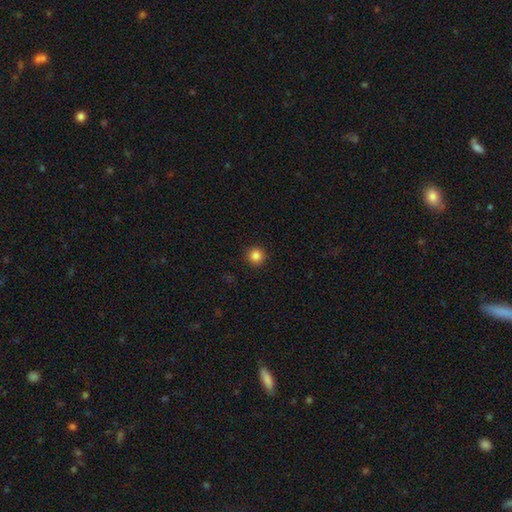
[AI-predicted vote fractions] The model was most divided on "smooth or featured": smooth: 85%, star or artifact: 11%, featured or disk: 4%. More confident: how rounded — round (95%); merging — none (93%).